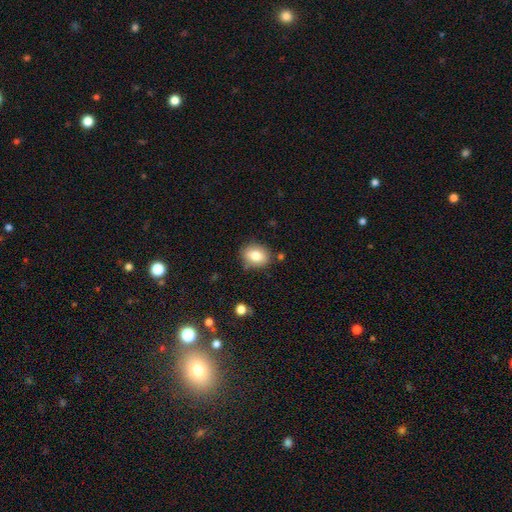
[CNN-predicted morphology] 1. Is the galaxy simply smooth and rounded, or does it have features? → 81% smooth, 10% featured or disk, 9% star or artifact.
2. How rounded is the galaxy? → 59% in between, 40% round, 1% cigar-shaped.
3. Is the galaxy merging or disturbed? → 81% none, 13% minor disturbance, 4% merger, 3% major disturbance.